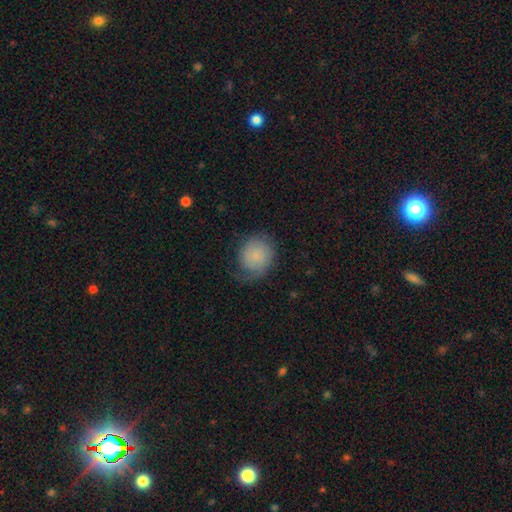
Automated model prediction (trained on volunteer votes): Smooth or featured? Predicted: smooth (p=0.63). How rounded? Predicted: round (p=0.73). Merging? Predicted: none (p=0.51).